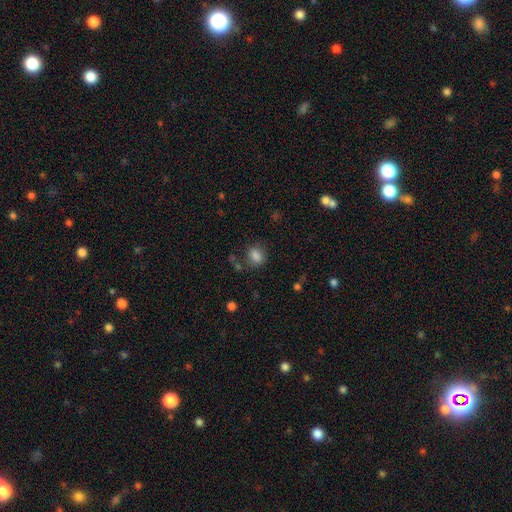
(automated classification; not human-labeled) A smooth galaxy with no disk features (83%) that is in between round and cigar-shaped (54%).

Vote fractions:
- Smooth or featured? smooth: 83% / star or artifact: 11% / featured or disk: 6%
- How rounded? in between: 54% / round: 44% / cigar-shaped: 1%
- Merging? none: 73% / minor disturbance: 16% / major disturbance: 7% / merger: 5%